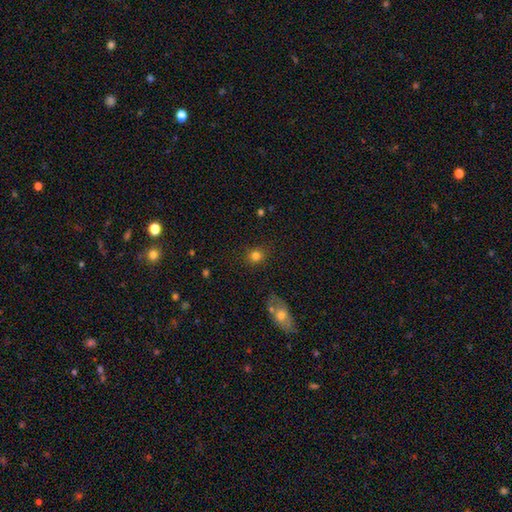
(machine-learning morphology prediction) smooth-or-featured: smooth: 81% | star or artifact: 12% | featured or disk: 7%
  how-rounded: round: 79% | in between: 20% | cigar-shaped: 1%
  merging: none: 83% | minor disturbance: 11% | major disturbance: 3% | merger: 3%